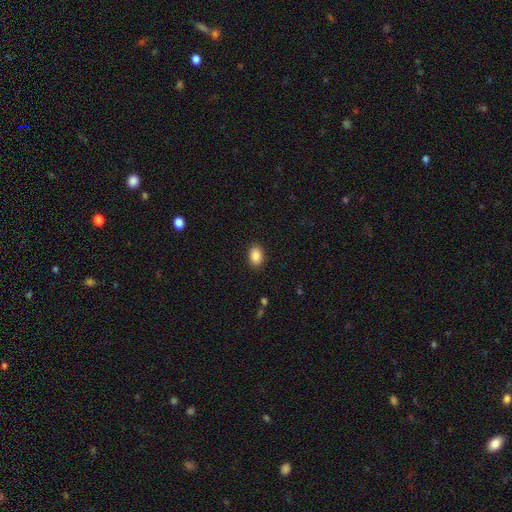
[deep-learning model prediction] This is clearly a smooth galaxy (88%). How rounded: clearly in between (85%). Merging: clearly none (89%).